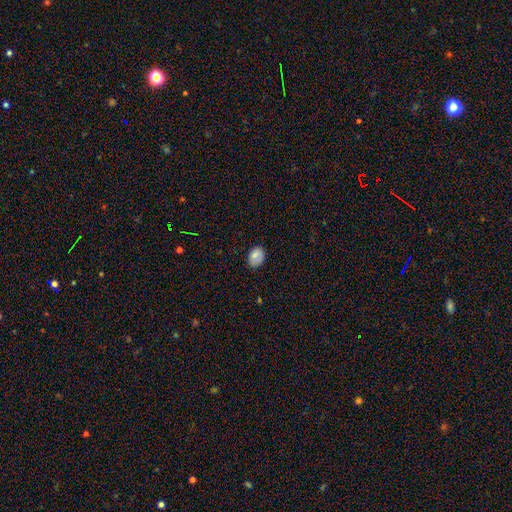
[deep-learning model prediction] Overall: smooth (81%). How rounded: in between (74%). Merging: none (74%).